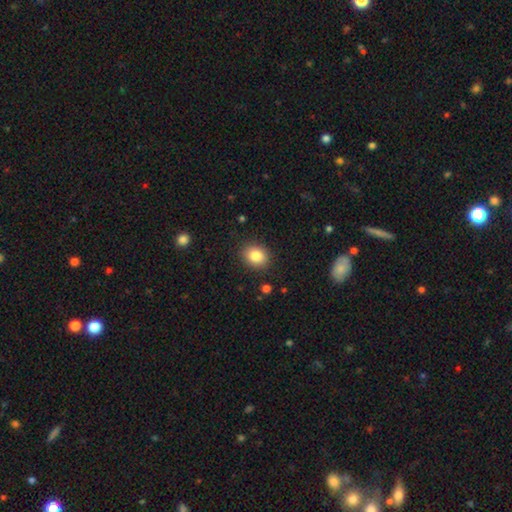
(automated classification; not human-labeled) This appears to be a smooth galaxy with no disk features (84%) that is round (59%). Merging: none (89%).